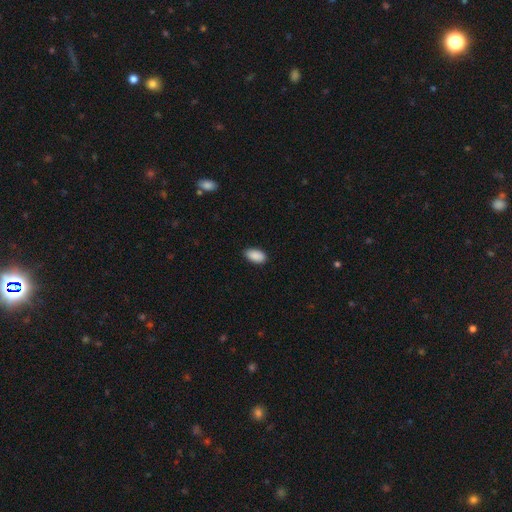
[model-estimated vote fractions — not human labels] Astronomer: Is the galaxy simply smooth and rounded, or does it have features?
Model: smooth — 91%.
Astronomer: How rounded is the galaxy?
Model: in between — 95%.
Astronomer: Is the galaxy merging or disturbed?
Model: none — 87%.